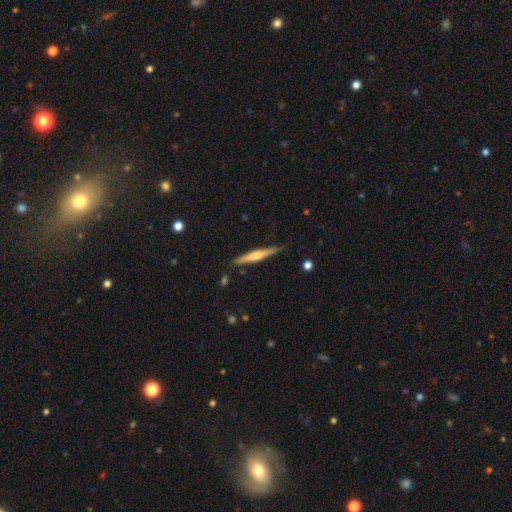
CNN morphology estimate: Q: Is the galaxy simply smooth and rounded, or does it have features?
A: featured or disk — 58%.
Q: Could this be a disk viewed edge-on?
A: yes — 97%.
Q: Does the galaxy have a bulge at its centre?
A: rounded — 73%.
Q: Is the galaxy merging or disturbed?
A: none — 87%.